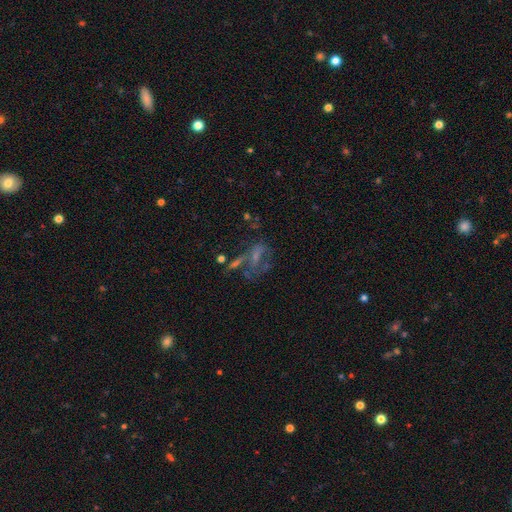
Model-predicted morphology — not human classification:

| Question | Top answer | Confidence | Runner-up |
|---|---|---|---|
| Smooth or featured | featured or disk | 54% | smooth (25%) |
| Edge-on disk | no | 93% | yes (7%) |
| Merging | major disturbance | 34% | none (33%) |